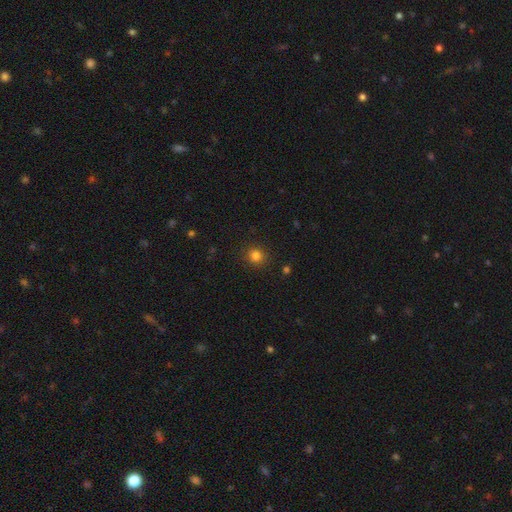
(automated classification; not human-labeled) Smooth or featured: smooth — 83% (star or artifact — 13%)
How rounded: round — 87% (in between — 12%)
Merging: none — 90% (minor disturbance — 7%)